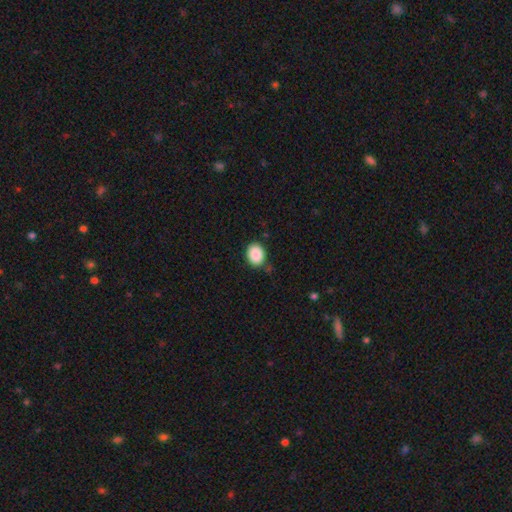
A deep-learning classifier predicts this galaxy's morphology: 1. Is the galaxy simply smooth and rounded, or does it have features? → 89% smooth, 8% star or artifact, 3% featured or disk.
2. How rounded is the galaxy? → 56% in between, 44% round, 1% cigar-shaped.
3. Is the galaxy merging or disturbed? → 82% none, 13% minor disturbance, 3% major disturbance, 2% merger.